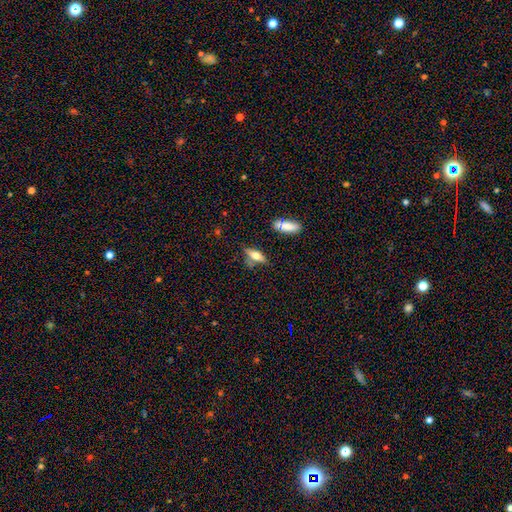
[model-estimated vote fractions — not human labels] smooth-or-featured: smooth: 52% | featured or disk: 38% | star or artifact: 10%
  how-rounded: in between: 55% | cigar-shaped: 41% | round: 4%
  merging: none: 69% | minor disturbance: 16% | merger: 9% | major disturbance: 5%